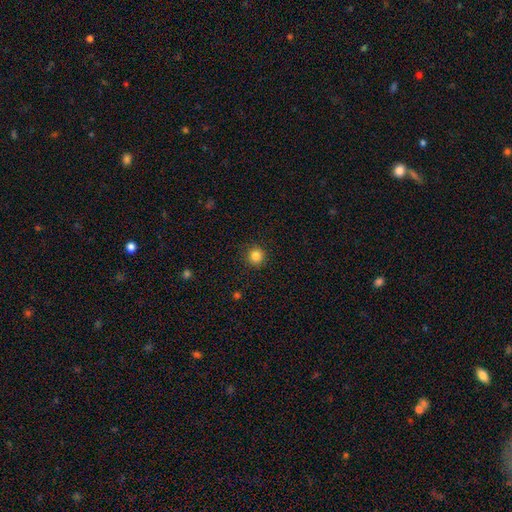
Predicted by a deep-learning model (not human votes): Smooth or featured? smooth (84%)
How rounded? round (94%)
Merging? none (90%)